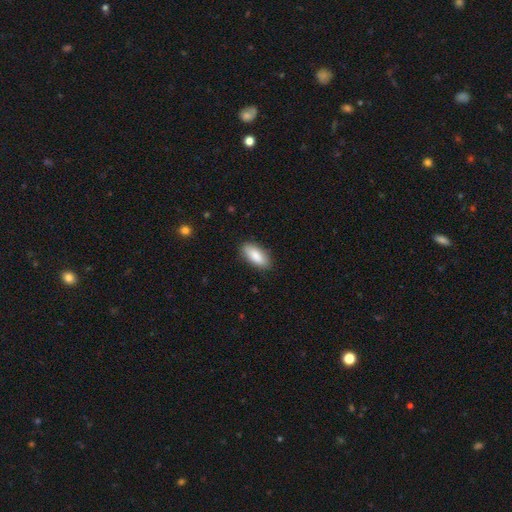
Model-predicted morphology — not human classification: A smooth galaxy with no disk features (87%) that is in between round and cigar-shaped (86%).

Vote fractions:
- Smooth or featured? smooth: 87% / featured or disk: 7% / star or artifact: 6%
- How rounded? in between: 86% / cigar-shaped: 12% / round: 2%
- Merging? none: 87% / minor disturbance: 10% / major disturbance: 2% / merger: 1%